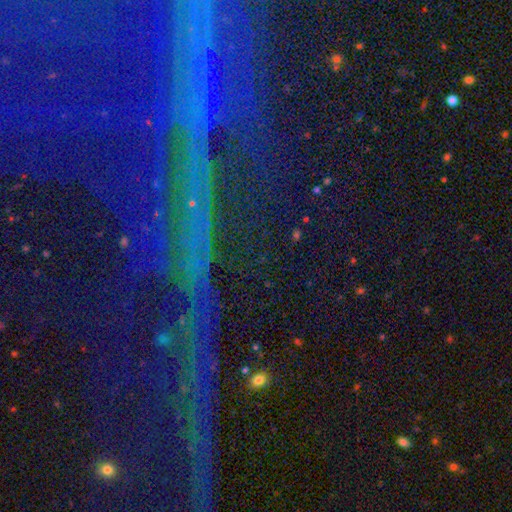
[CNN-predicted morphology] The model was most divided on "smooth or featured": star or artifact: 83%, featured or disk: 9%, smooth: 7%.